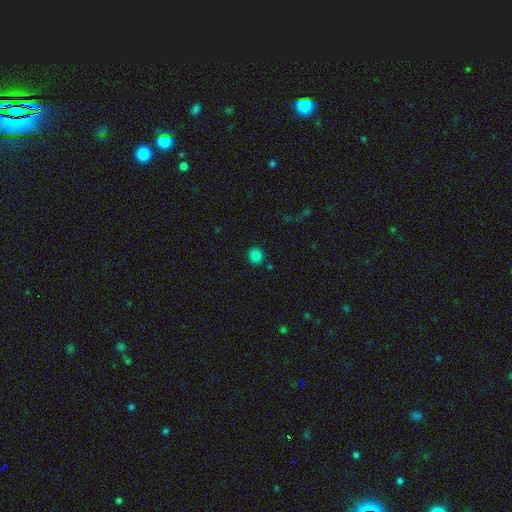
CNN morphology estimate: This is clearly a smooth galaxy (84%). How rounded: clearly round (89%). Merging: clearly none (88%).